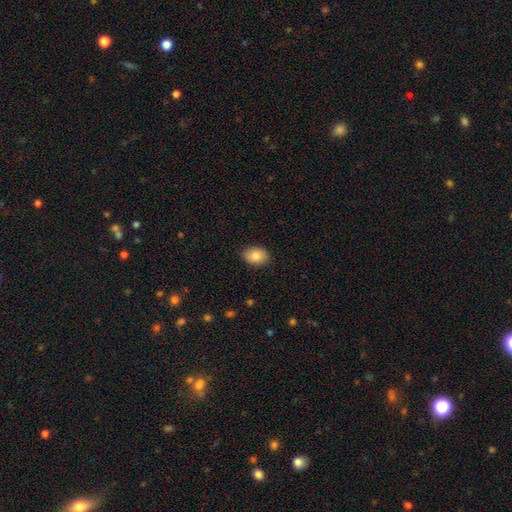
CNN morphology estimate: Smooth or featured?
  - smooth: 85% *
  - featured or disk: 8%
  - star or artifact: 7%
How rounded?
  - in between: 73% *
  - round: 26%
  - cigar-shaped: 1%
Merging?
  - none: 87% *
  - minor disturbance: 10%
  - major disturbance: 2%
  - merger: 1%